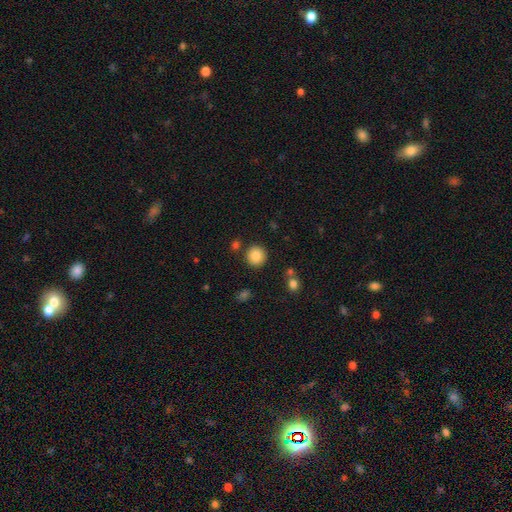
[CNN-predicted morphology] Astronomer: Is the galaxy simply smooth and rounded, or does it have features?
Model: smooth — 86%.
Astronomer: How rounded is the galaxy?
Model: round — 92%.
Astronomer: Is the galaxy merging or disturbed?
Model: none — 86%.